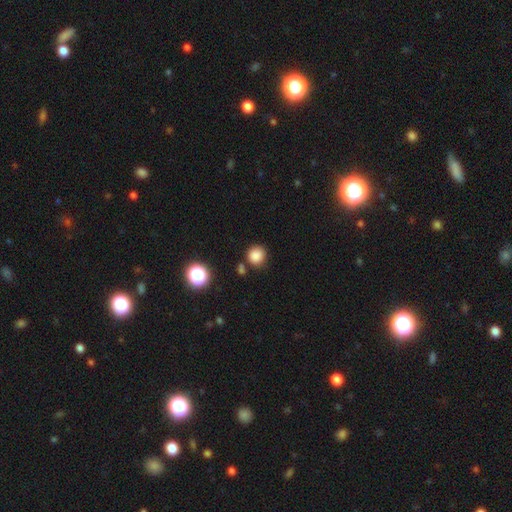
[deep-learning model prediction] smooth_or_featured: smooth (p=0.84) [alt: star or artifact p=0.12]
how_rounded: round (p=0.89) [alt: in between p=0.10]
merging: none (p=0.78) [alt: minor disturbance p=0.12]